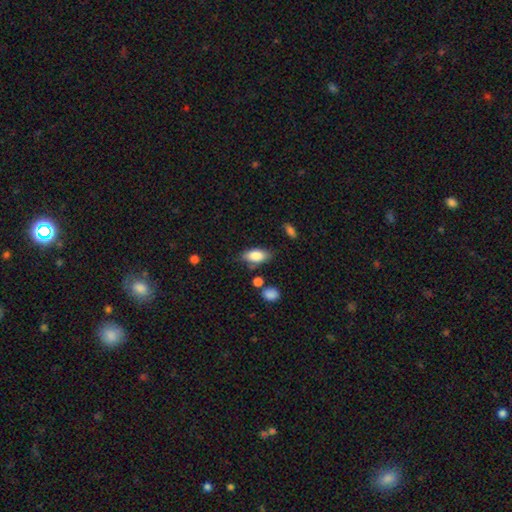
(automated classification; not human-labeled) Smooth or featured? smooth (82%)
How rounded? in between (88%)
Merging? none (72%)